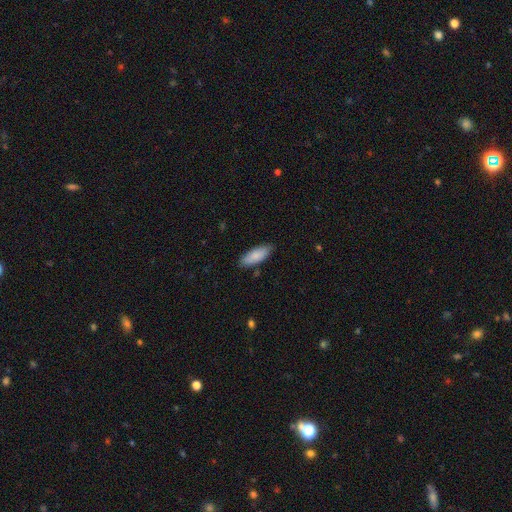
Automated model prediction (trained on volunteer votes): Overall: smooth (85%). How rounded: in between (74%). Merging: none (84%).